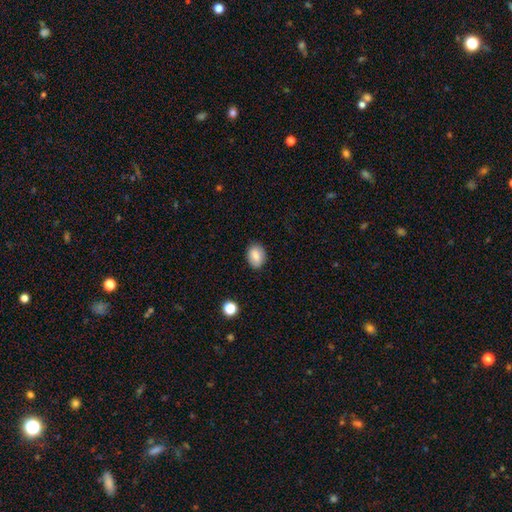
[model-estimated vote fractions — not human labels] Smooth or featured? Predicted: smooth (p=0.85). How rounded? Predicted: in between (p=0.71). Merging? Predicted: none (p=0.86).